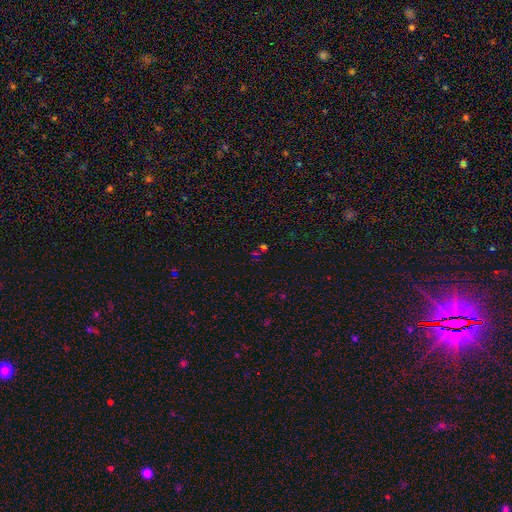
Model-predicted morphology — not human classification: A star or artifact, not a galaxy (61%).